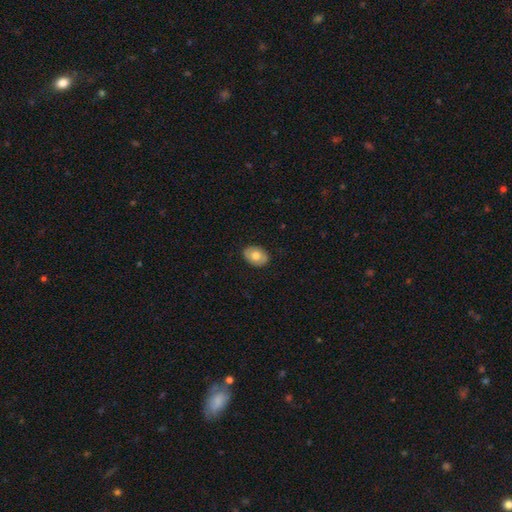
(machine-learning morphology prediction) Overall: smooth (74%). How rounded: in between (79%). Merging: none (87%).